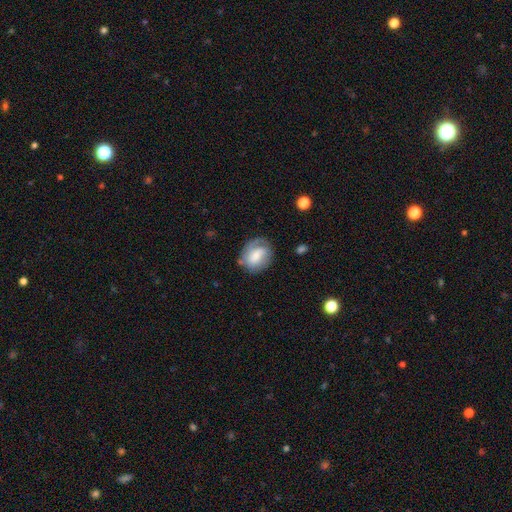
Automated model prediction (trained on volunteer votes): smooth_or_featured: smooth (p=0.49) [alt: featured or disk p=0.43]
merging: none (p=0.63) [alt: minor disturbance p=0.23]